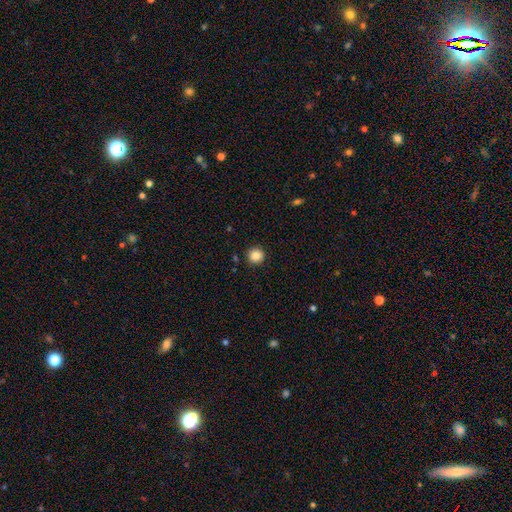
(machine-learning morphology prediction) Smooth or featured? Predicted: smooth (p=0.86). How rounded? Predicted: round (p=0.93). Merging? Predicted: none (p=0.90).